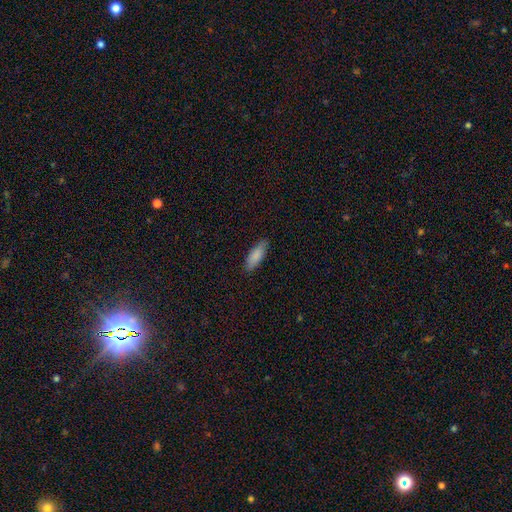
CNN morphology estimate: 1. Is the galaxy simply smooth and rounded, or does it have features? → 85% smooth, 9% featured or disk, 6% star or artifact.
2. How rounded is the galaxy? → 65% in between, 34% cigar-shaped, 2% round.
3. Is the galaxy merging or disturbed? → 83% none, 14% minor disturbance, 2% major disturbance, 1% merger.